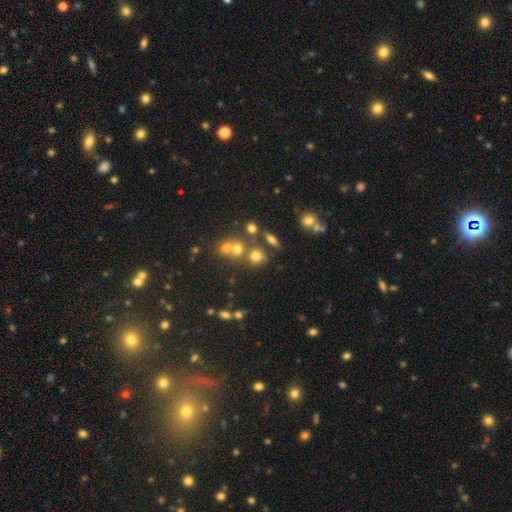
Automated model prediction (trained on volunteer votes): smooth_or_featured: smooth (p=0.66) [alt: star or artifact p=0.20]
how_rounded: round (p=0.77) [alt: in between p=0.22]
merging: none (p=0.56) [alt: merger p=0.29]